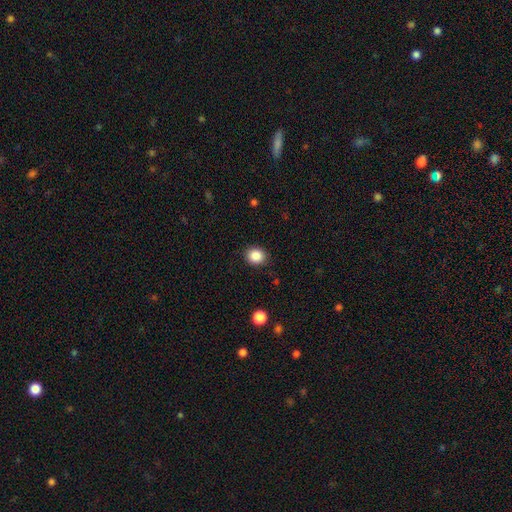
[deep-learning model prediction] This is clearly a smooth galaxy (87%). How rounded: likely round (73%). Merging: clearly none (88%).